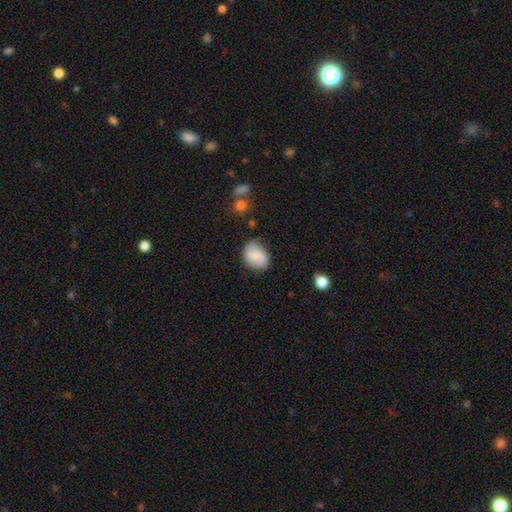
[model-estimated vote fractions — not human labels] This appears to be a smooth galaxy with no disk features (67%) that is in between round and cigar-shaped (71%). Merging: none (66%).